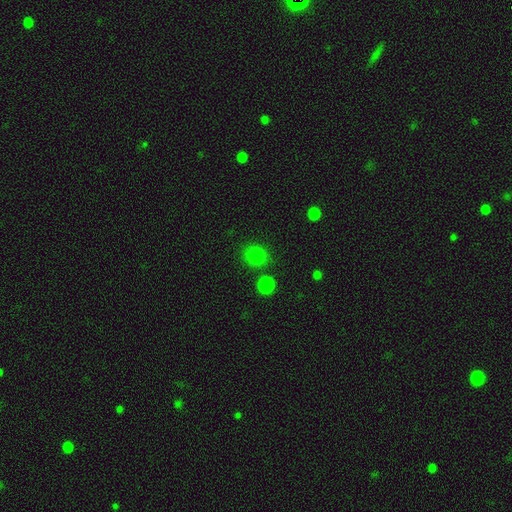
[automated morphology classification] Q: Smooth or featured?
A: smooth (82%); runner-up: star or artifact (14%)
Q: How rounded?
A: round (86%); runner-up: in between (13%)
Q: Merging?
A: none (83%); runner-up: minor disturbance (8%)